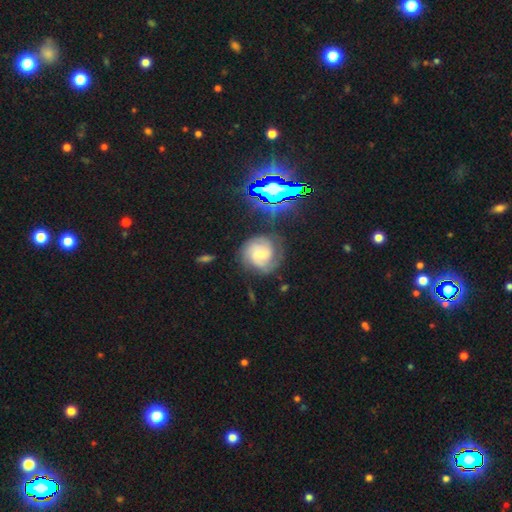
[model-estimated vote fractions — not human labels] featured or disk 65%, smooth 23%, star or artifact 12%. Down the decision tree: edge-on disk — no (97%); bar — no (49%); spiral arms — yes (93%); spiral arm count — 2 (36%); spiral winding — tight (56%); bulge size — small (50%); merging — none (69%).